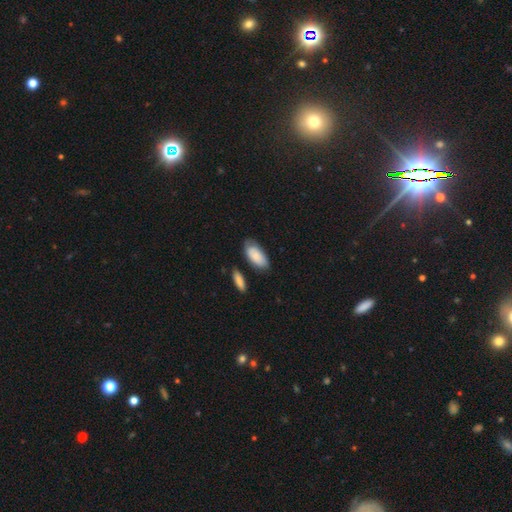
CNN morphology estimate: smooth_or_featured: smooth (p=0.77) [alt: featured or disk p=0.17]
how_rounded: in between (p=0.91) [alt: cigar-shaped p=0.07]
merging: none (p=0.68) [alt: minor disturbance p=0.21]